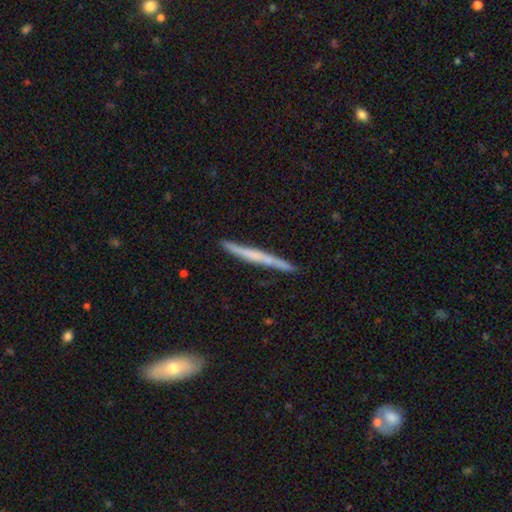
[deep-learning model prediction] This is possibly a featured or disk galaxy (54%). It is clearly viewed edge-on (96%). Edge-on bulge: likely none (70%). Merging: clearly none (86%).